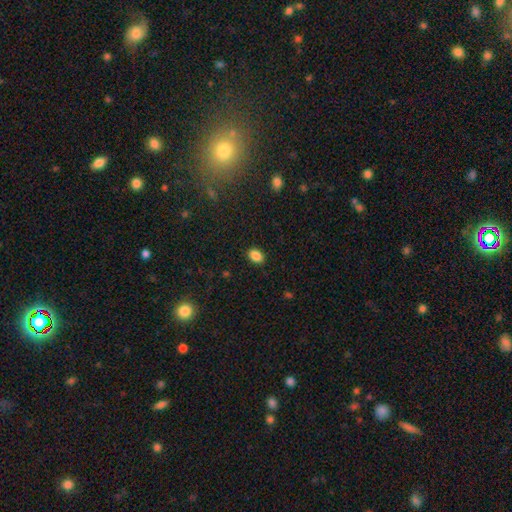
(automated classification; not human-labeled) Smooth or featured? Predicted: smooth (p=0.87). How rounded? Predicted: in between (p=0.81). Merging? Predicted: none (p=0.88).